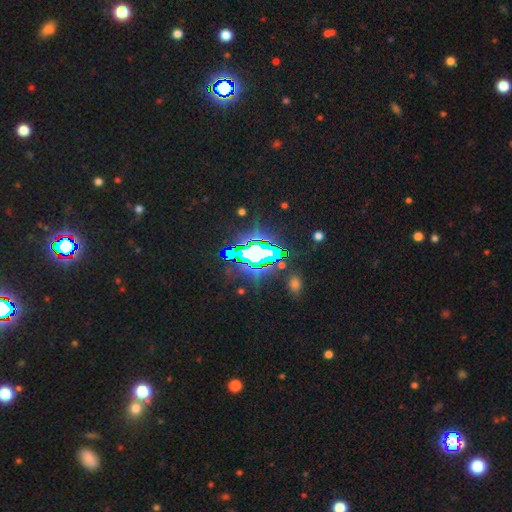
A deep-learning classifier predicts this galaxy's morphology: smooth_or_featured: star or artifact (p=0.73) [alt: featured or disk p=0.14]